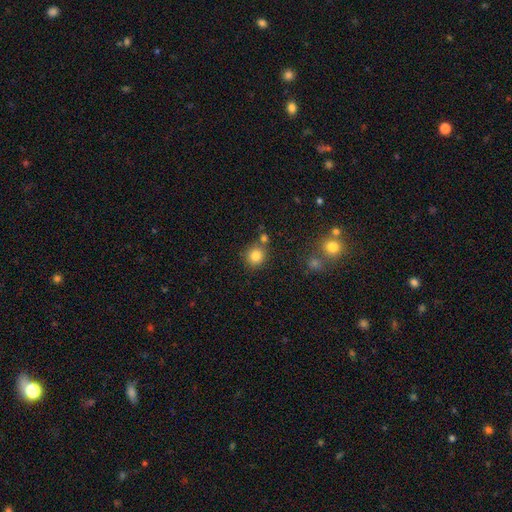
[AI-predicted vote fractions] smooth-or-featured: smooth: 82% | star or artifact: 12% | featured or disk: 7%
  how-rounded: round: 88% | in between: 11% | cigar-shaped: 1%
  merging: none: 75% | merger: 12% | minor disturbance: 10% | major disturbance: 3%